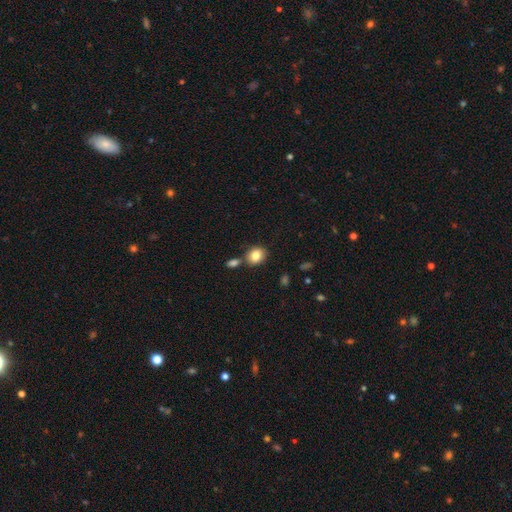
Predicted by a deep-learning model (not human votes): Q: Smooth or featured?
A: smooth (83%); runner-up: star or artifact (9%)
Q: How rounded?
A: round (63%); runner-up: in between (36%)
Q: Merging?
A: none (72%); runner-up: merger (14%)